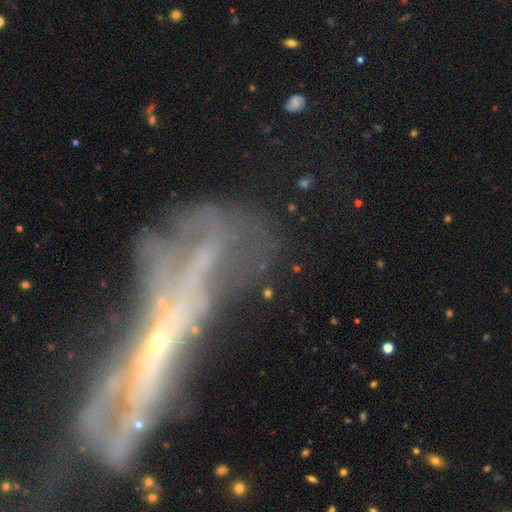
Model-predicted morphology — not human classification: This appears to be a featured or disk galaxy (66%). Merging: none (36%).